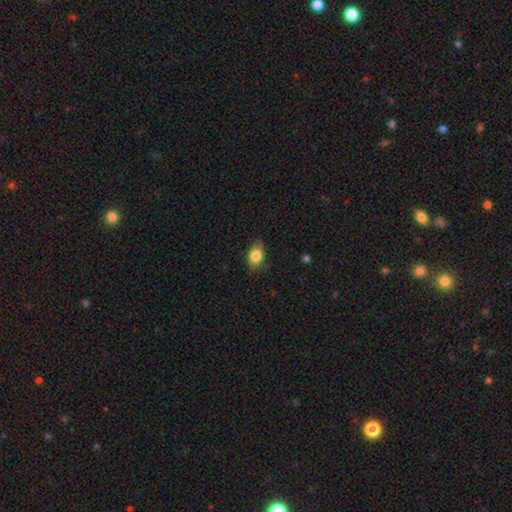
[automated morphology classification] smooth_or_featured: smooth (p=0.82) [alt: featured or disk p=0.10]
how_rounded: in between (p=0.81) [alt: round p=0.17]
merging: none (p=0.81) [alt: minor disturbance p=0.15]